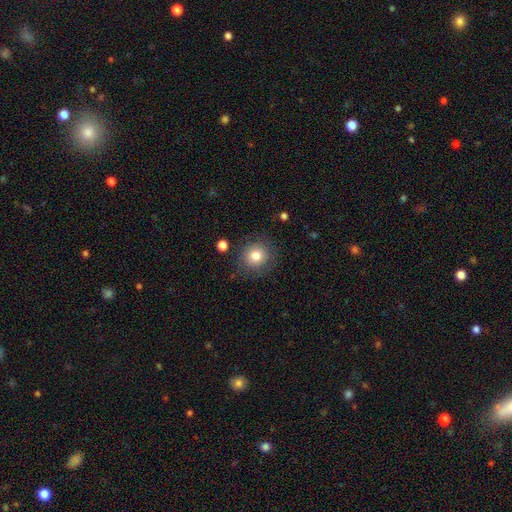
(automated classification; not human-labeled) A smooth galaxy with no disk features (80%) that is round (90%). Merging: none (84%).